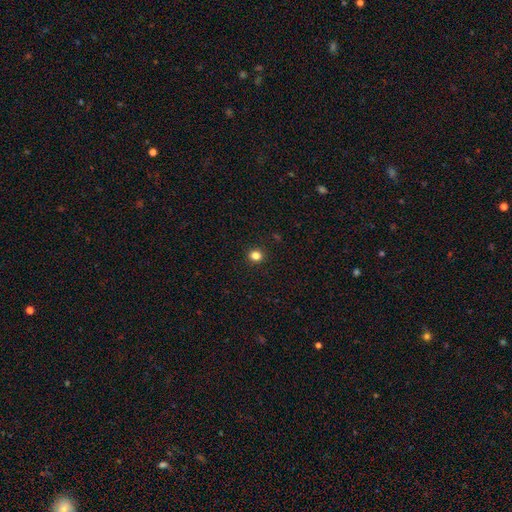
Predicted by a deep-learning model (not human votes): Overall: smooth (83%). How rounded: round (87%). Merging: none (92%).